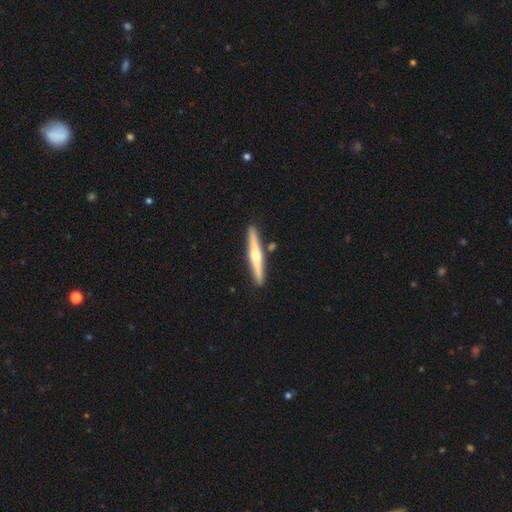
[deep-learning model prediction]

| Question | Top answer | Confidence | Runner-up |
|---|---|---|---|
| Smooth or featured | featured or disk | 61% | smooth (34%) |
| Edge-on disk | yes | 98% | no (2%) |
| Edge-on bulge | rounded | 84% | none (9%) |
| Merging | none | 87% | minor disturbance (7%) |